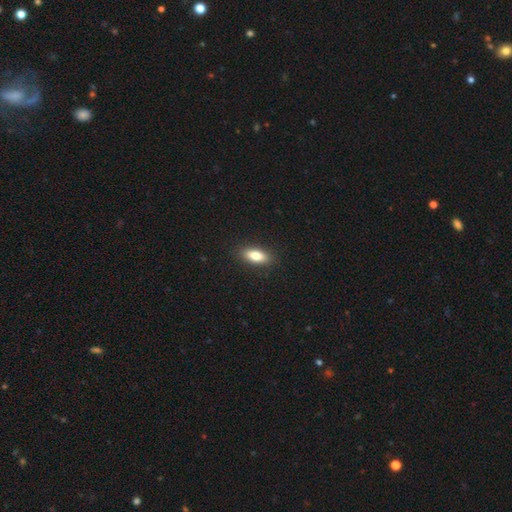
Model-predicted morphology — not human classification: Q: Smooth or featured?
A: smooth (79%); runner-up: featured or disk (14%)
Q: How rounded?
A: in between (79%); runner-up: cigar-shaped (18%)
Q: Merging?
A: none (89%); runner-up: minor disturbance (8%)